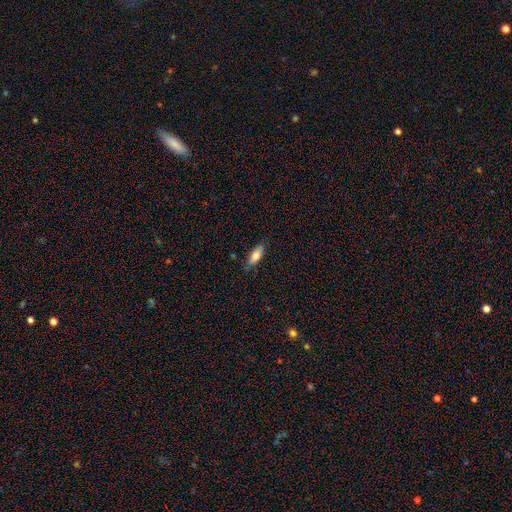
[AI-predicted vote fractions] Smooth or featured? smooth (79%)
How rounded? in between (68%)
Merging? none (81%)